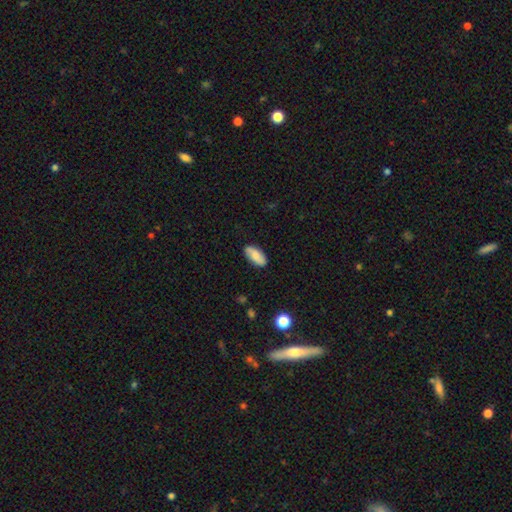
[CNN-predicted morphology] smooth_or_featured: smooth (p=0.73) [alt: featured or disk p=0.21]
how_rounded: in between (p=0.90) [alt: cigar-shaped p=0.07]
merging: none (p=0.85) [alt: minor disturbance p=0.12]